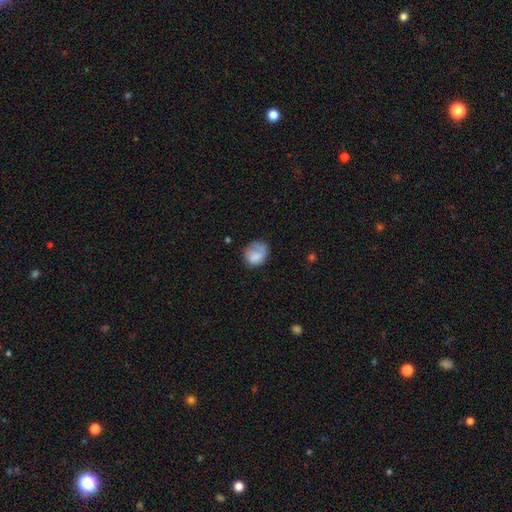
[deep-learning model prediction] Smooth or featured? Predicted: smooth (p=0.74). How rounded? Predicted: round (p=0.64). Merging? Predicted: none (p=0.53).